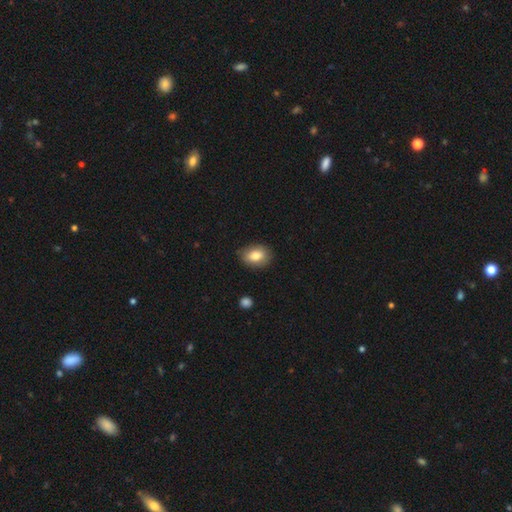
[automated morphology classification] Smooth or featured?
  - smooth: 80% *
  - featured or disk: 12%
  - star or artifact: 8%
How rounded?
  - in between: 78% *
  - round: 21%
  - cigar-shaped: 1%
Merging?
  - none: 84% *
  - minor disturbance: 13%
  - major disturbance: 3%
  - merger: 1%